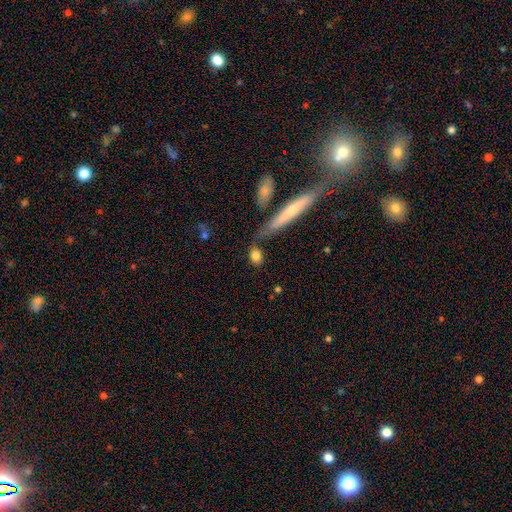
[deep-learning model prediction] Morphology: type=smooth (80%); roundness=in between (60%); merging=none (67%).